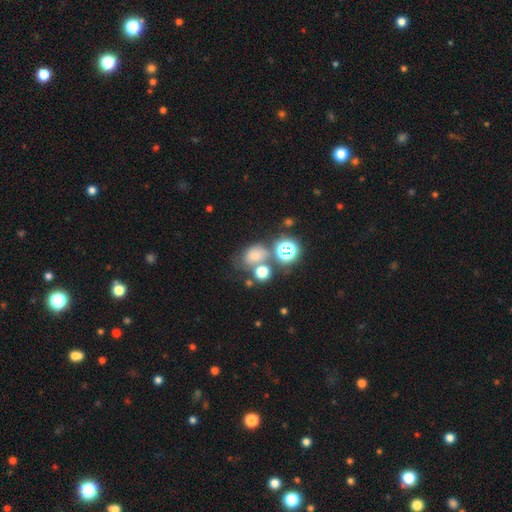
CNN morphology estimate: A smooth galaxy with no disk features (61%) that is in between round and cigar-shaped (51%). Merging: none (44%).